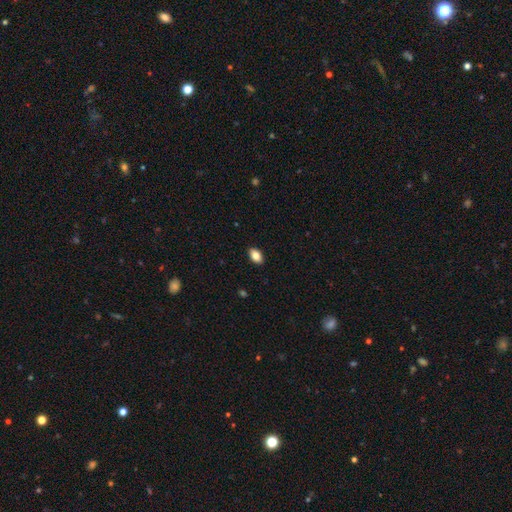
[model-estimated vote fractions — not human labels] smooth 84%, featured or disk 8%, star or artifact 8%. Down the decision tree: how rounded — in between (89%); merging — none (90%).